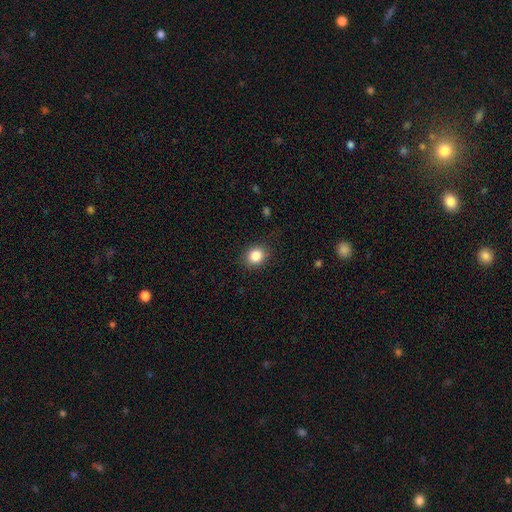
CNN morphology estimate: Overall: smooth (85%). How rounded: round (69%; in between 31%). Merging: none (86%).